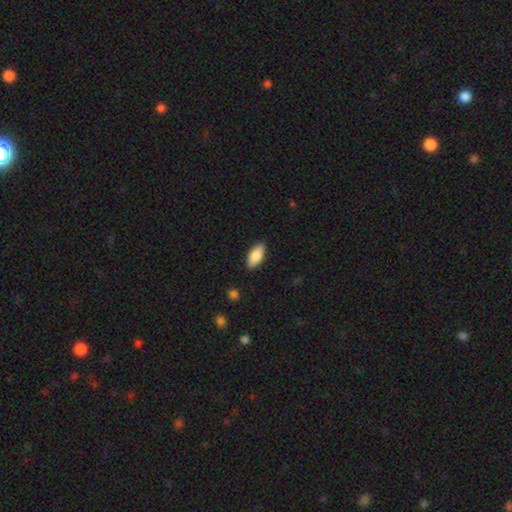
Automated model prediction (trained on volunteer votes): This is clearly a smooth galaxy (84%). How rounded: clearly in between (85%). Merging: clearly none (87%).